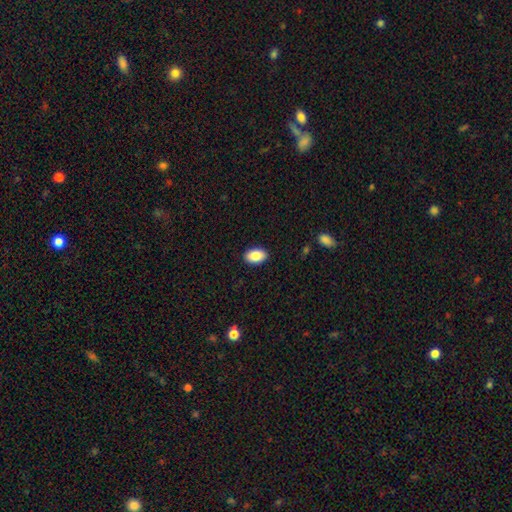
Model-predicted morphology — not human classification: smooth 87%, star or artifact 7%, featured or disk 6%. Down the decision tree: how rounded — in between (91%); merging — none (90%).